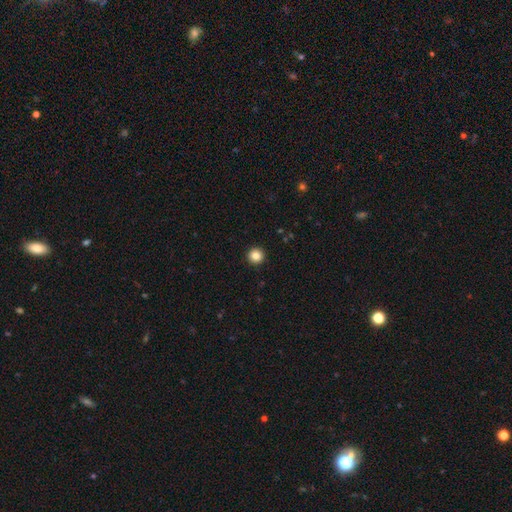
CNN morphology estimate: The model was most divided on "smooth or featured": smooth: 84%, star or artifact: 11%, featured or disk: 5%. More confident: how rounded — round (96%); merging — none (94%).